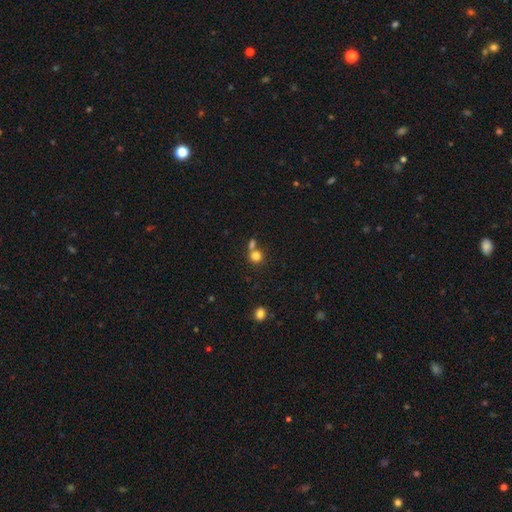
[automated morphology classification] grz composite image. It shows a smooth galaxy with no disk features (80%) that is round (87%). Merging: none (57%).